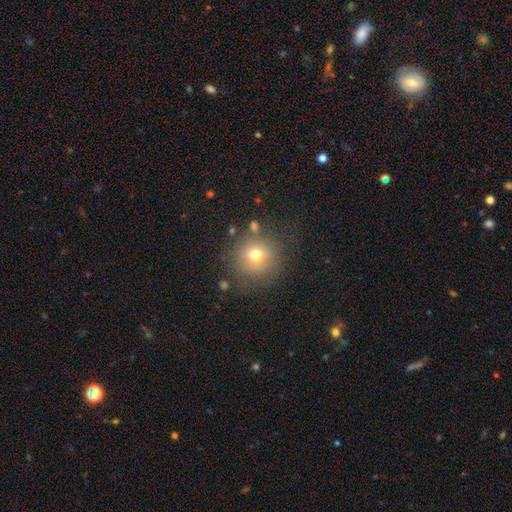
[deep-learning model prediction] This is likely a smooth galaxy (70%). How rounded: clearly round (93%). Merging: likely none (75%).